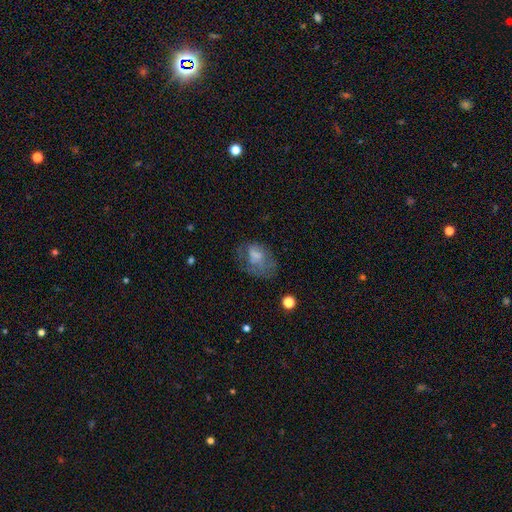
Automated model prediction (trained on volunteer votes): smooth_or_featured: smooth (p=0.44) [alt: featured or disk p=0.41]
merging: none (p=0.46) [alt: major disturbance p=0.27]